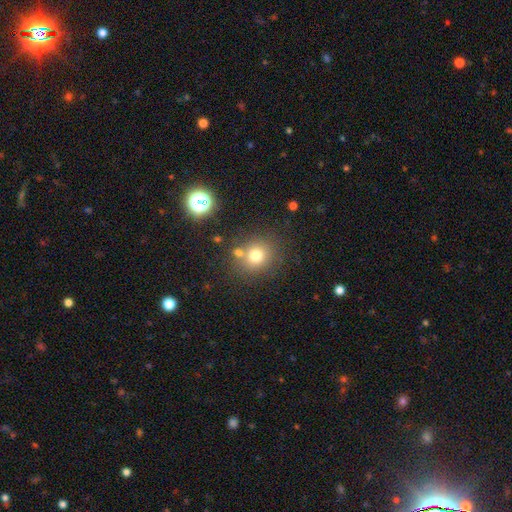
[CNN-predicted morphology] Q: Smooth or featured?
A: smooth (75%); runner-up: star or artifact (15%)
Q: How rounded?
A: round (83%); runner-up: in between (16%)
Q: Merging?
A: none (70%); runner-up: merger (15%)